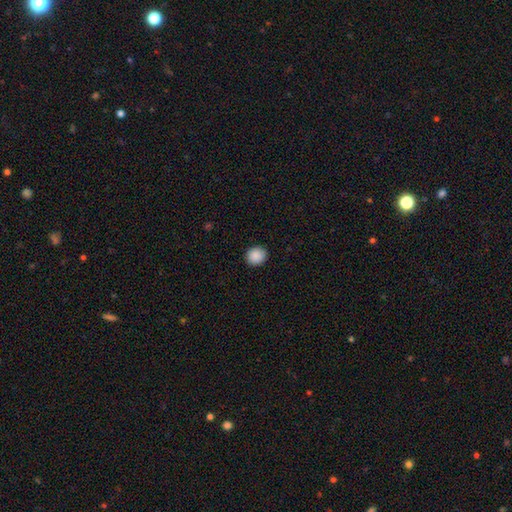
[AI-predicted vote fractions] This appears to be a smooth galaxy with no disk features (89%) that is round (79%). Merging: none (91%).